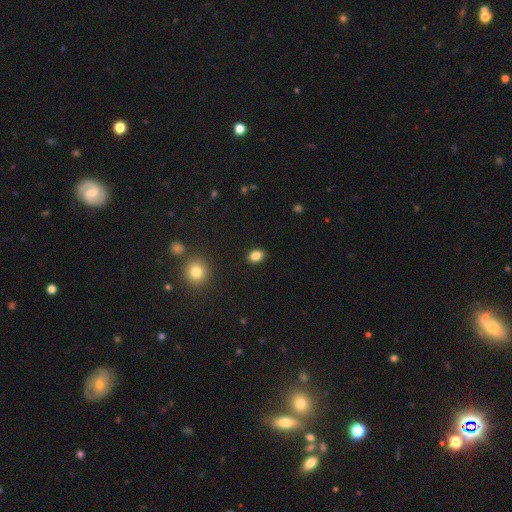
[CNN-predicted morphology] Smooth or featured? Predicted: smooth (p=0.85). How rounded? Predicted: in between (p=0.67). Merging? Predicted: none (p=0.89).